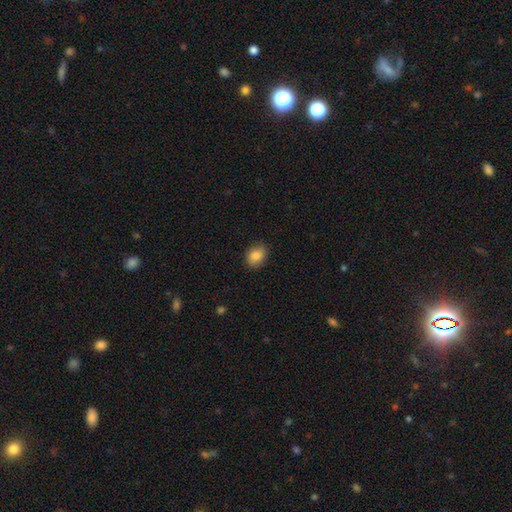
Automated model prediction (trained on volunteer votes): Smooth or featured: smooth — 86% (star or artifact — 8%)
How rounded: in between — 63% (round — 35%)
Merging: none — 84% (minor disturbance — 12%)